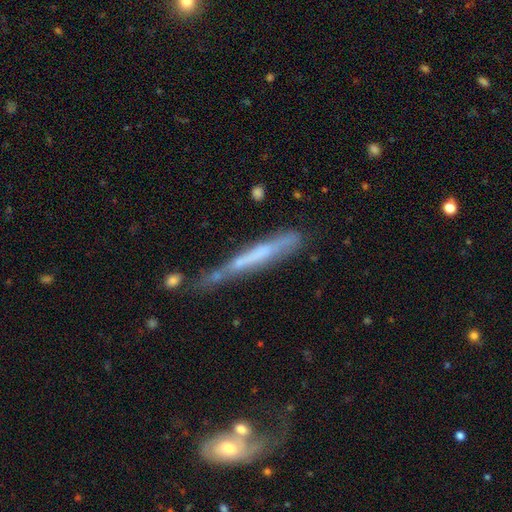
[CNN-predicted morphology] featured or disk 49%, smooth 43%, star or artifact 8%. Down the decision tree: merging — none (45%).